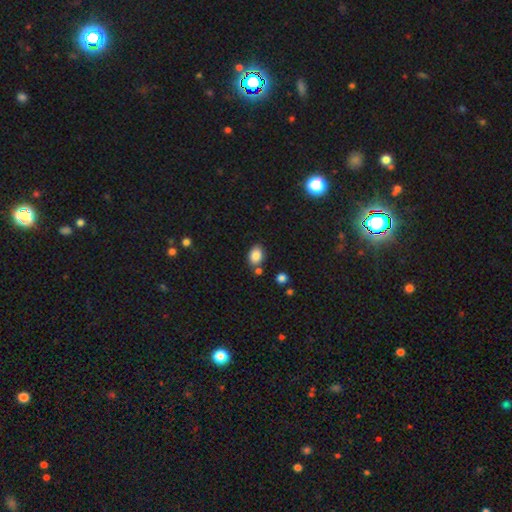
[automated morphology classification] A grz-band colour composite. It shows a smooth galaxy with no disk features (86%) that is in between round and cigar-shaped (75%). Merging: none (73%).